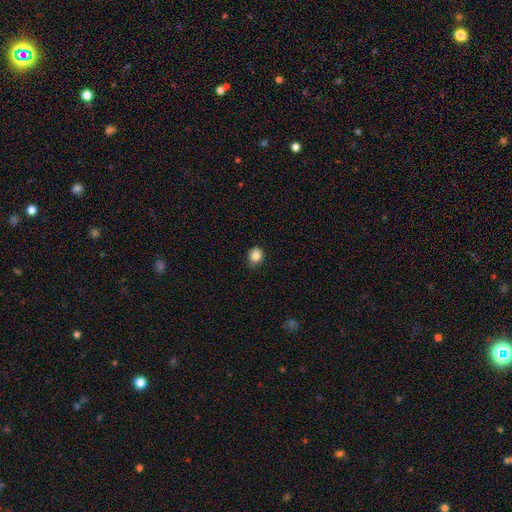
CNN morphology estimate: Smooth or featured? smooth (86%)
How rounded? round (72%)
Merging? none (79%)